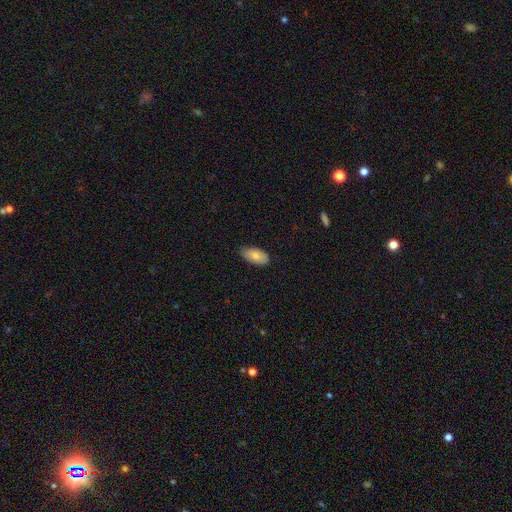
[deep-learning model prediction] Smooth or featured? smooth (78%)
How rounded? in between (94%)
Merging? none (78%)